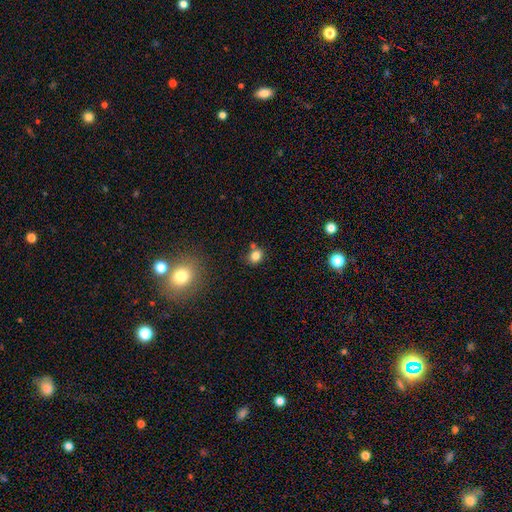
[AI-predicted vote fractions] A smooth galaxy with no disk features (82%) that is round (68%). Merging: none (70%).